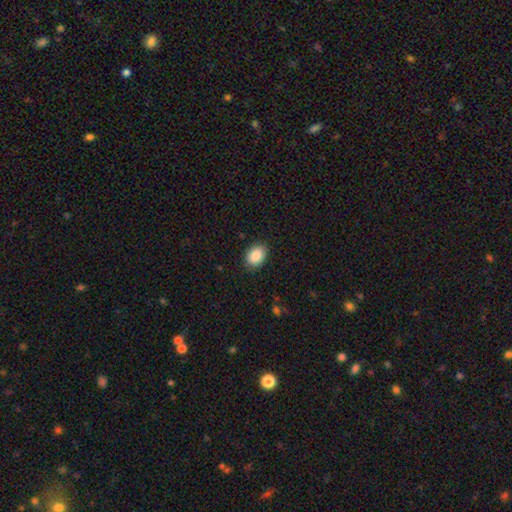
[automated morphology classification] smooth 88%, star or artifact 8%, featured or disk 5%. Down the decision tree: how rounded — in between (69%); merging — none (87%).